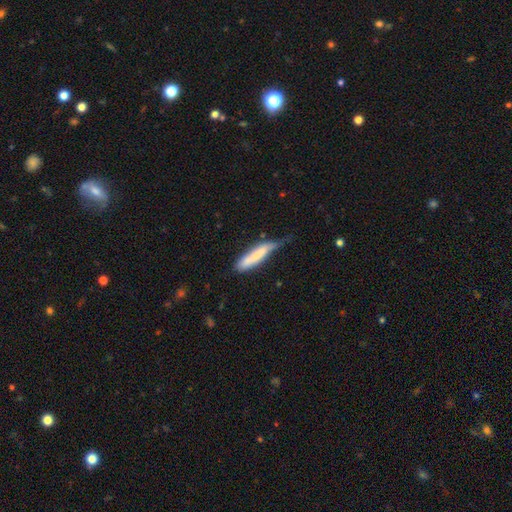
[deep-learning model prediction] Smooth or featured? smooth (72%)
How rounded? cigar-shaped (79%)
Merging? minor disturbance (43%)